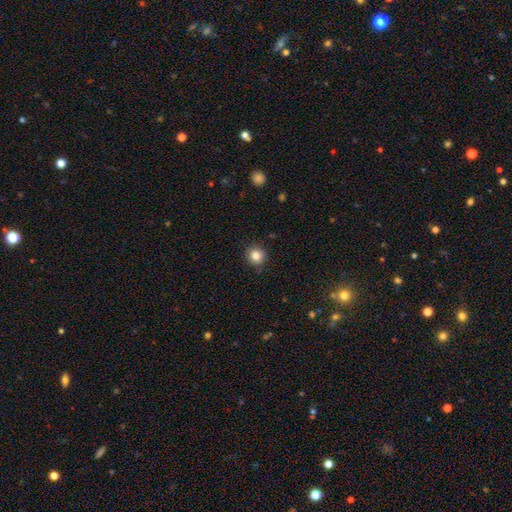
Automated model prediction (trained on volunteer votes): Morphology: type=smooth (84%); roundness=round (92%); merging=none (87%).